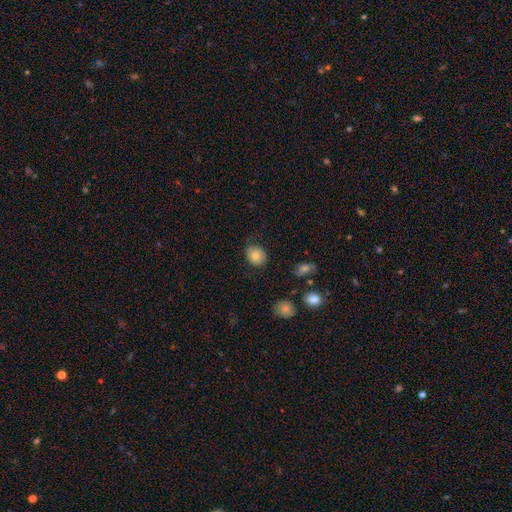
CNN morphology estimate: Smooth or featured? Predicted: smooth (p=0.72). How rounded? Predicted: round (p=0.64). Merging? Predicted: none (p=0.60).